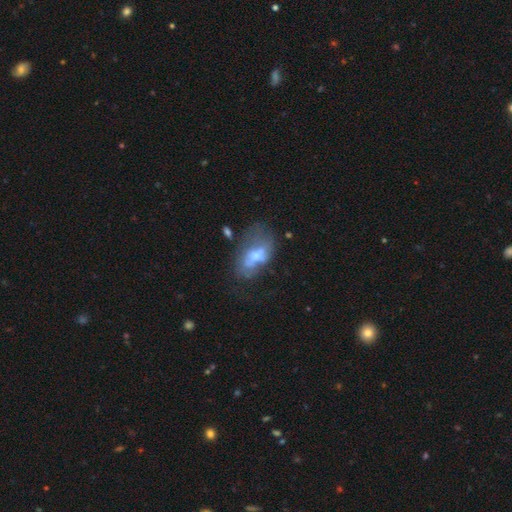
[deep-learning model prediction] Overall: featured or disk (47%; smooth 43%). Merging: none (35%; major disturbance 27%).